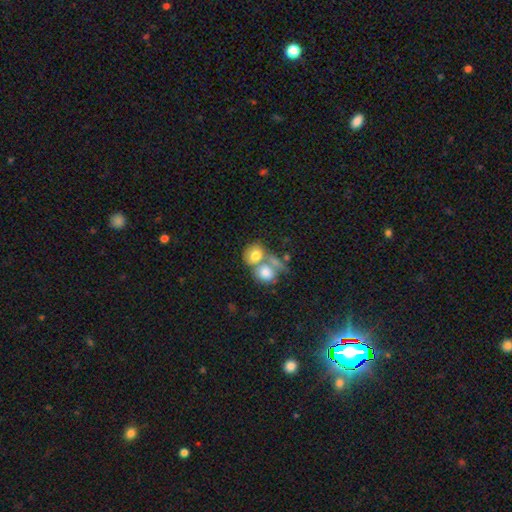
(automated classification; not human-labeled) smooth_or_featured: smooth (p=0.73) [alt: featured or disk p=0.19]
how_rounded: round (p=0.57) [alt: in between p=0.42]
merging: merger (p=0.59) [alt: none p=0.27]